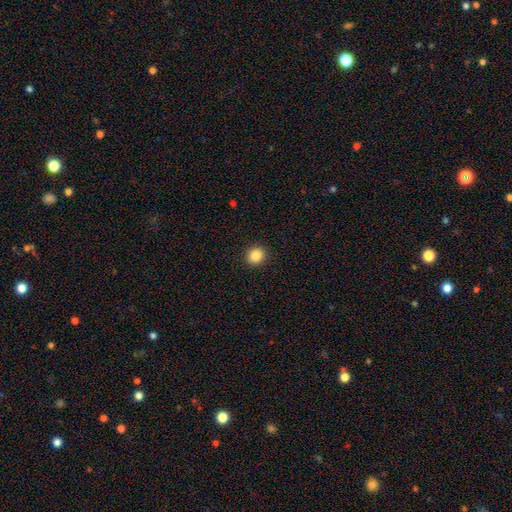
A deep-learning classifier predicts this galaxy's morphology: The model was most divided on "how rounded": round: 82%, in between: 17%, cigar-shaped: 1%. More confident: merging — none (92%); smooth or featured — smooth (87%).